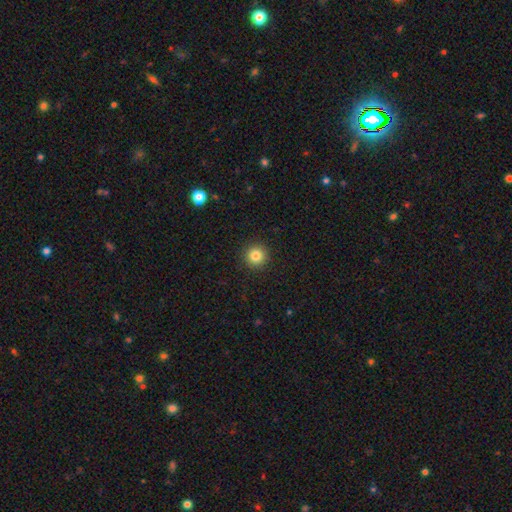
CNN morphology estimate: A smooth galaxy with no disk features (83%) that is round (95%). Merging: none (93%).